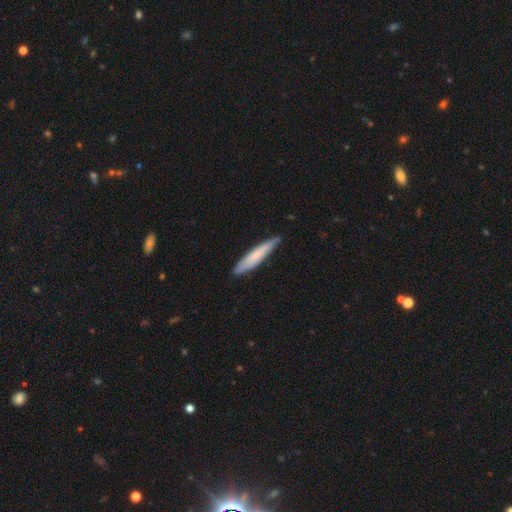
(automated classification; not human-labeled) This appears to be a smooth galaxy with no disk features (69%) that is cigar-shaped (91%). Merging: none (82%).